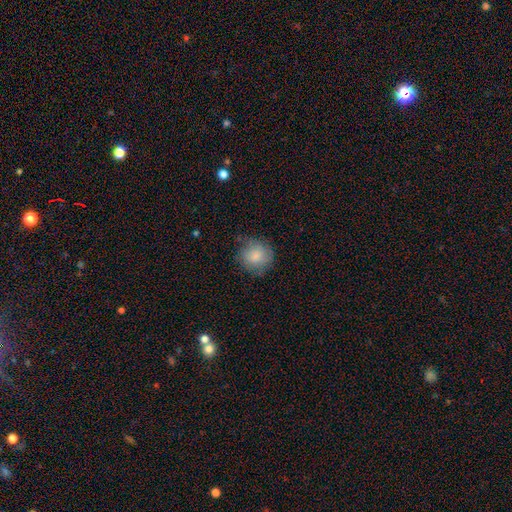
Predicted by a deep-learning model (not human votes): Smooth or featured? smooth (83%)
How rounded? round (88%)
Merging? none (73%)